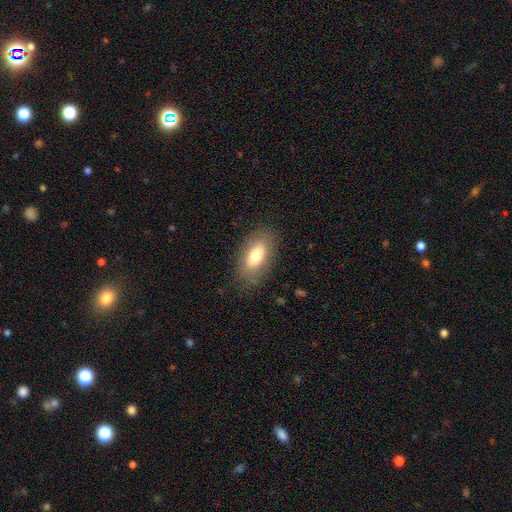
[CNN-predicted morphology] smooth 73%, featured or disk 20%, star or artifact 7%. Down the decision tree: how rounded — in between (90%); merging — none (83%).